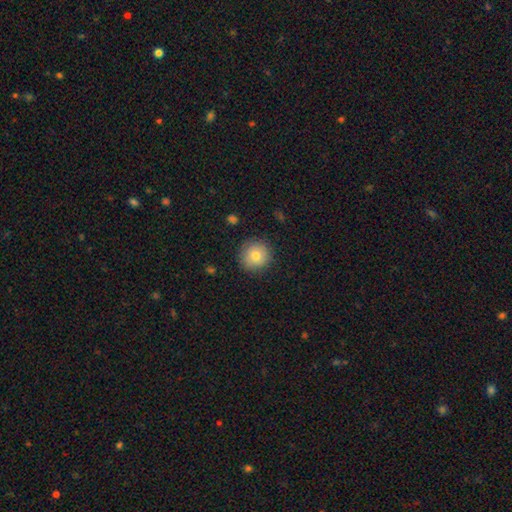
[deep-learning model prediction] A smooth galaxy with no disk features (79%) that is round (93%). Merging: none (88%).